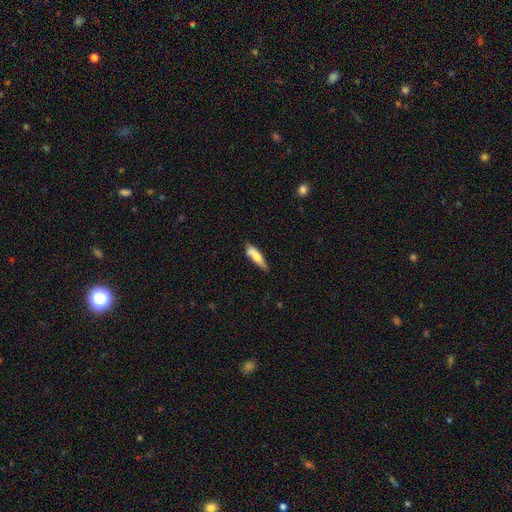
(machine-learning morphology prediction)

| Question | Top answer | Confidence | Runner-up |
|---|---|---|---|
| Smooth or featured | smooth | 73% | featured or disk (21%) |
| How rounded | cigar-shaped | 59% | in between (39%) |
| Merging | none | 57% | minor disturbance (31%) |